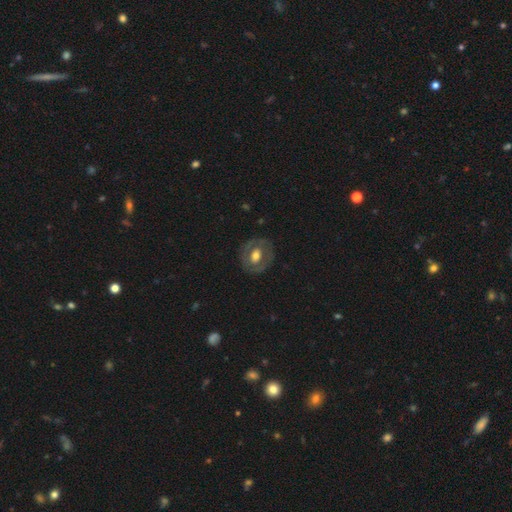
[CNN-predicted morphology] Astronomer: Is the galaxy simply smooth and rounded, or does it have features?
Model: featured or disk — 52% (runner-up: smooth, 42%).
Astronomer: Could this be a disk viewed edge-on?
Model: no — 95%.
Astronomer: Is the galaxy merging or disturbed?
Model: none — 80%.